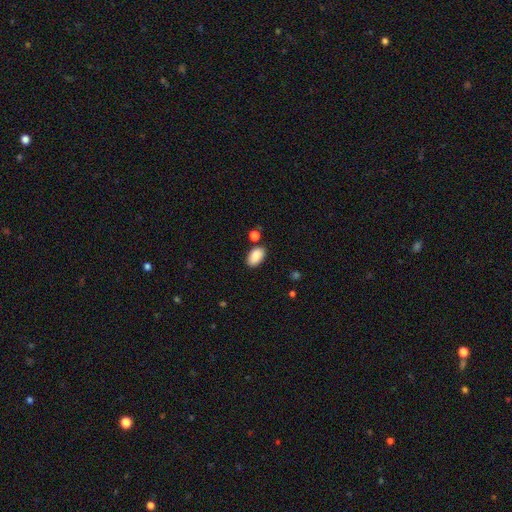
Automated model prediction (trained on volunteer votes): This is clearly a smooth galaxy (88%). How rounded: clearly in between (93%). Merging: likely none (79%).